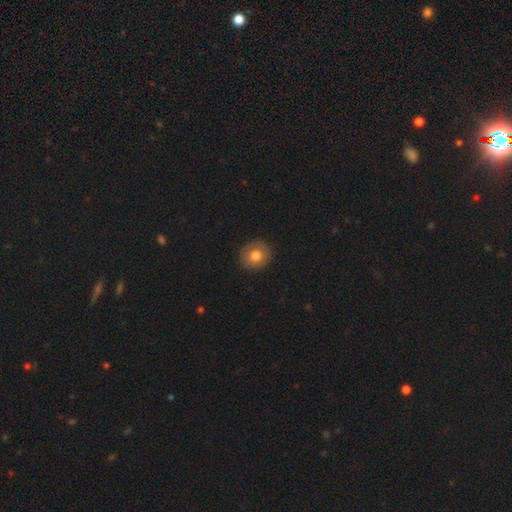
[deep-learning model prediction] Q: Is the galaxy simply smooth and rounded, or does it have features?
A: smooth — 76%.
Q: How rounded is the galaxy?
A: round — 86%.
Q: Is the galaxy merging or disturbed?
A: none — 88%.